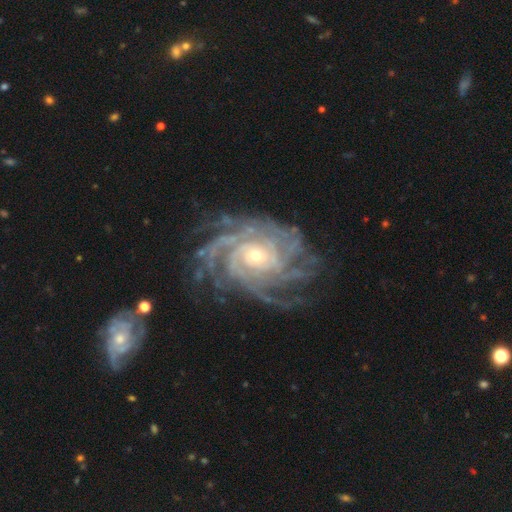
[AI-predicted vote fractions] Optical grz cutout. It shows a featured or disk galaxy (92%) with no bar (69%), more than 4 (31%) tight (74%) spiral arms (98%) and a small central bulge (59%). Merging: none (73%).